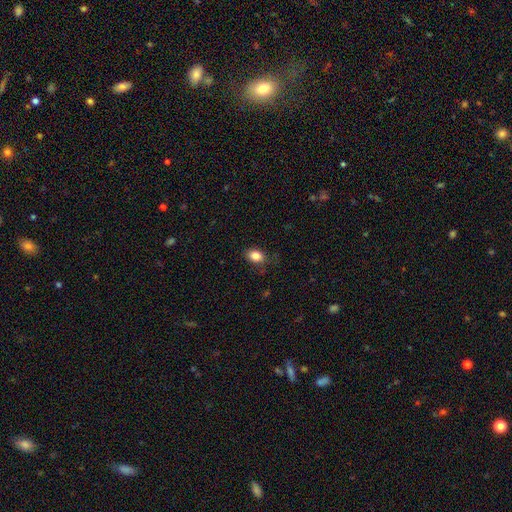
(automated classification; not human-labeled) smooth_or_featured: smooth (p=0.85) [alt: star or artifact p=0.09]
how_rounded: in between (p=0.75) [alt: round p=0.24]
merging: none (p=0.80) [alt: minor disturbance p=0.15]